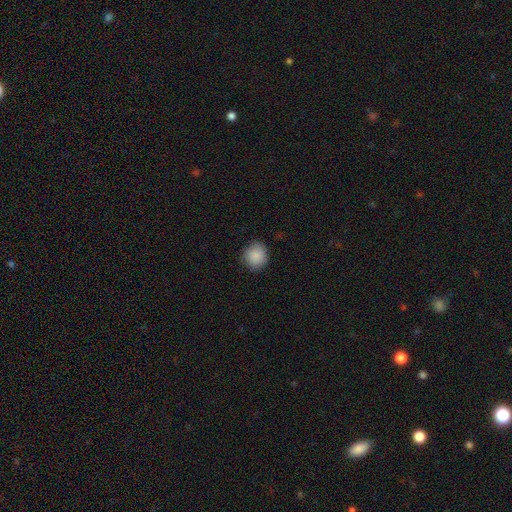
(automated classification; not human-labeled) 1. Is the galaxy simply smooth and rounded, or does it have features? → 89% smooth, 8% star or artifact, 4% featured or disk.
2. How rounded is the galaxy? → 85% round, 14% in between, 1% cigar-shaped.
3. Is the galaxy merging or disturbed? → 84% none, 12% minor disturbance, 3% major disturbance, 1% merger.